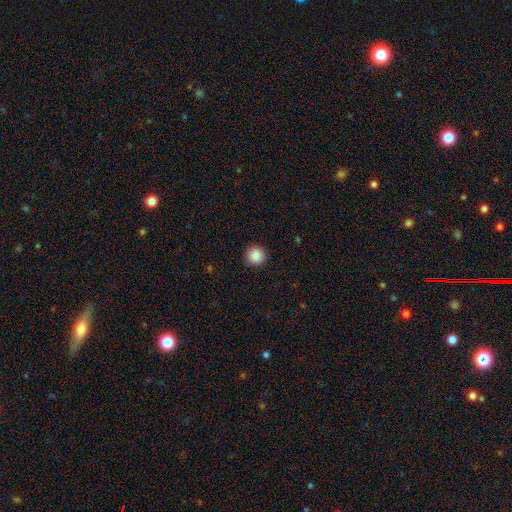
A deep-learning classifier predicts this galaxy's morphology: Smooth or featured? smooth (88%)
How rounded? round (94%)
Merging? none (91%)